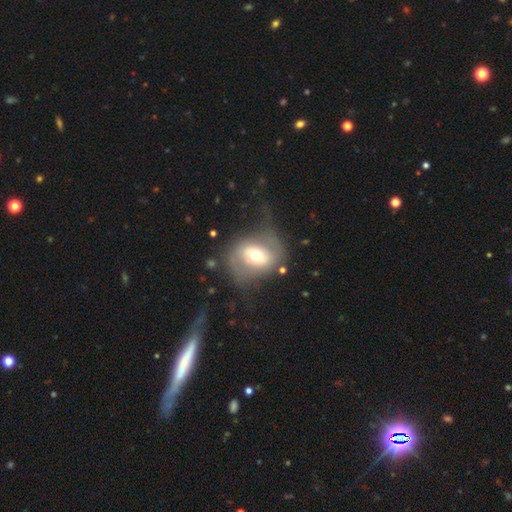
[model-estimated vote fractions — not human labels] A featured or disk galaxy (48%).

Vote fractions:
- Smooth or featured? featured or disk: 48% / smooth: 43% / star or artifact: 9%
- Merging? none: 49% / major disturbance: 25% / minor disturbance: 23% / merger: 3%